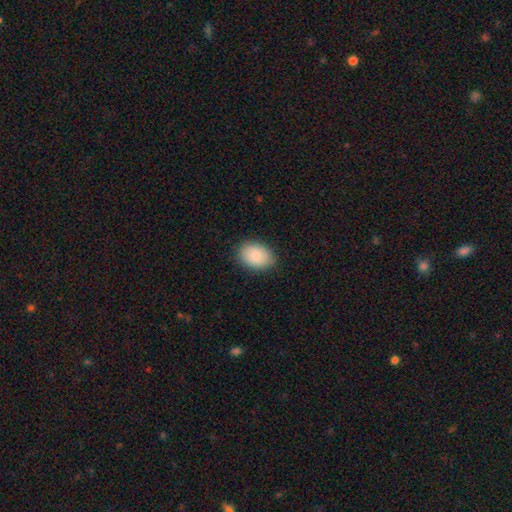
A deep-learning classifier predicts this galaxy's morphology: A smooth galaxy with no disk features (89%) that is in between round and cigar-shaped (79%).

Vote fractions:
- Smooth or featured? smooth: 89% / star or artifact: 6% / featured or disk: 4%
- How rounded? in between: 79% / round: 20% / cigar-shaped: 1%
- Merging? none: 85% / minor disturbance: 12% / major disturbance: 2% / merger: 1%